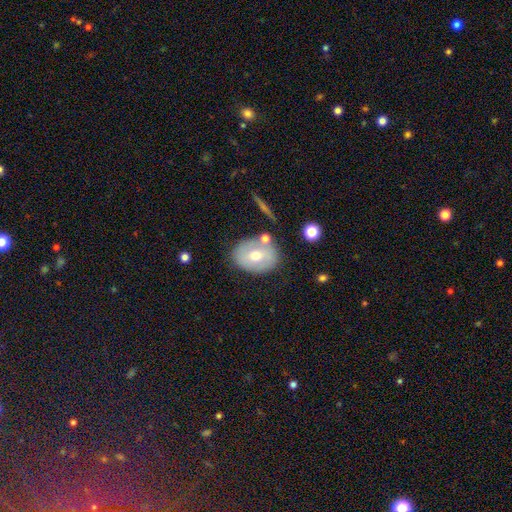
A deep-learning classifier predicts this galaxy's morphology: Smooth or featured: smooth — 55% (featured or disk — 37%)
How rounded: in between — 61% (round — 37%)
Merging: none — 70% (minor disturbance — 16%)